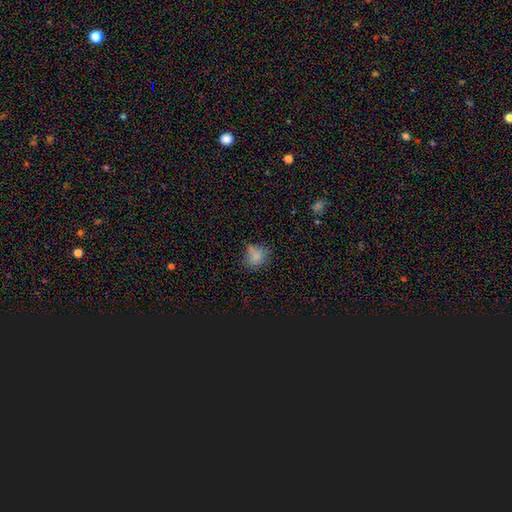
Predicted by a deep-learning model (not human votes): Smooth or featured: smooth — 75% (star or artifact — 16%)
How rounded: round — 63% (in between — 35%)
Merging: none — 59% (minor disturbance — 24%)